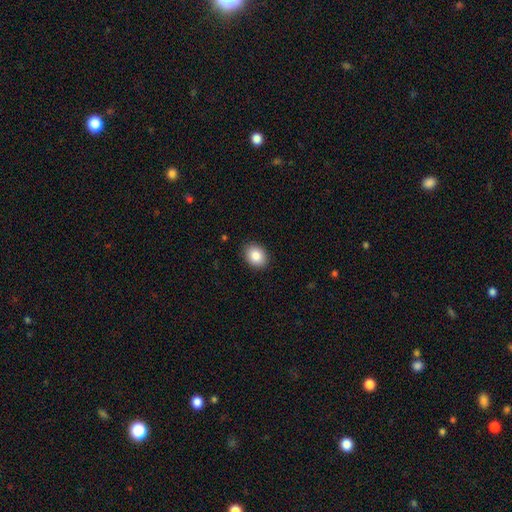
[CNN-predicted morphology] Smooth or featured?
  - smooth: 86% *
  - star or artifact: 8%
  - featured or disk: 6%
How rounded?
  - in between: 57% *
  - round: 42%
  - cigar-shaped: 1%
Merging?
  - none: 88% *
  - minor disturbance: 9%
  - major disturbance: 2%
  - merger: 1%